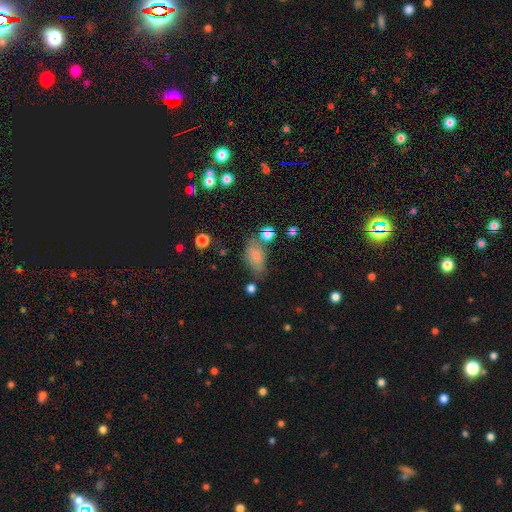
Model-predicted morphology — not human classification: smooth 74%, featured or disk 17%, star or artifact 9%. Down the decision tree: how rounded — in between (88%); merging — none (56%).